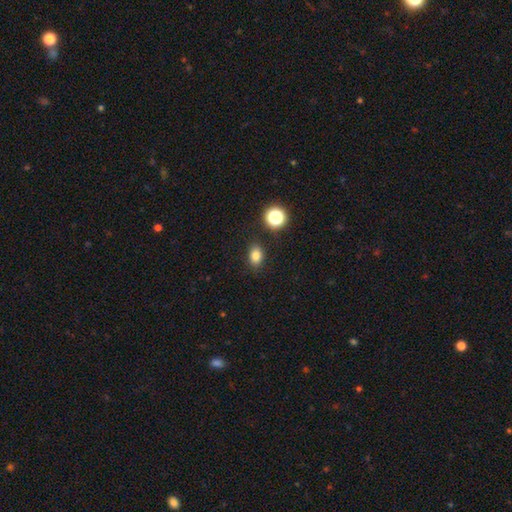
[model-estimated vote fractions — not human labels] A smooth galaxy with no disk features (81%) that is in between round and cigar-shaped (73%). Merging: none (86%).